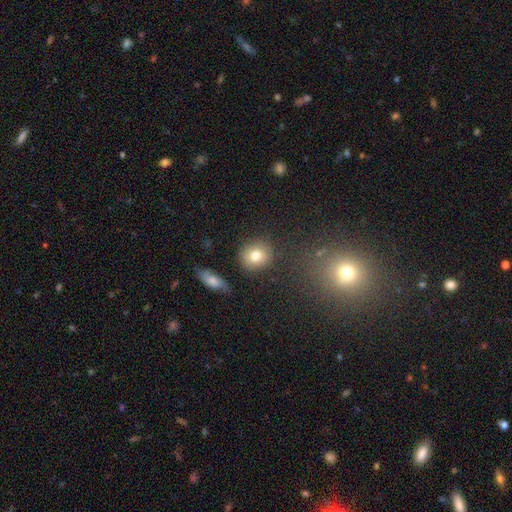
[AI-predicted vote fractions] Morphology: type=smooth (80%); roundness=round (83%); merging=none (85%).